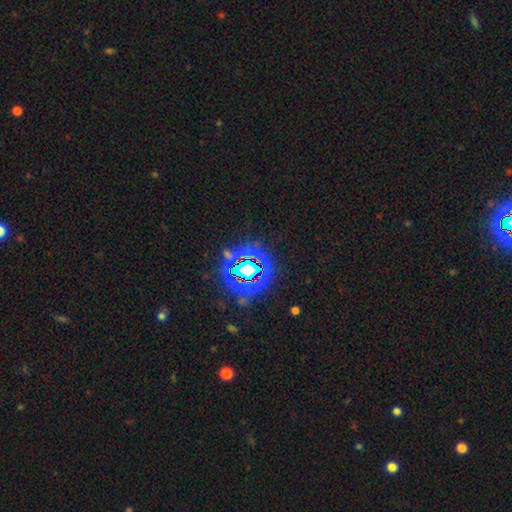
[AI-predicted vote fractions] smooth_or_featured: star or artifact (p=0.81) [alt: smooth p=0.11]